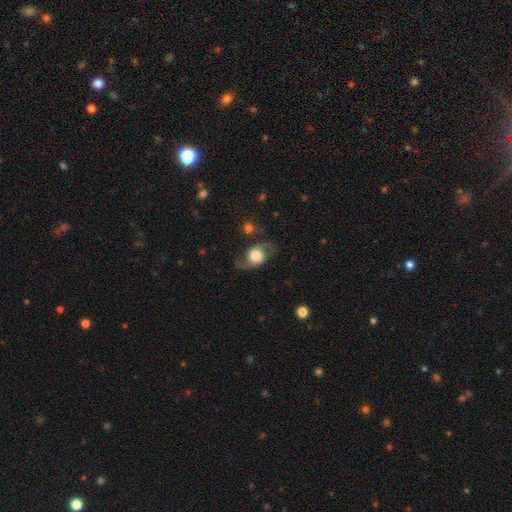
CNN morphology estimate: Smooth or featured?
  - featured or disk: 57% *
  - smooth: 35%
  - star or artifact: 7%
Edge-on disk?
  - no: 91% *
  - yes: 9%
Bar?
  - no: 69% *
  - weak: 25%
  - strong: 6%
Spiral arms?
  - yes: 82% *
  - no: 18%
Bulge size?
  - large: 53% *
  - dominant: 24%
  - moderate: 16%
  - small: 4%
  - none: 3%
Merging?
  - none: 68% *
  - minor disturbance: 18%
  - major disturbance: 11%
  - merger: 3%